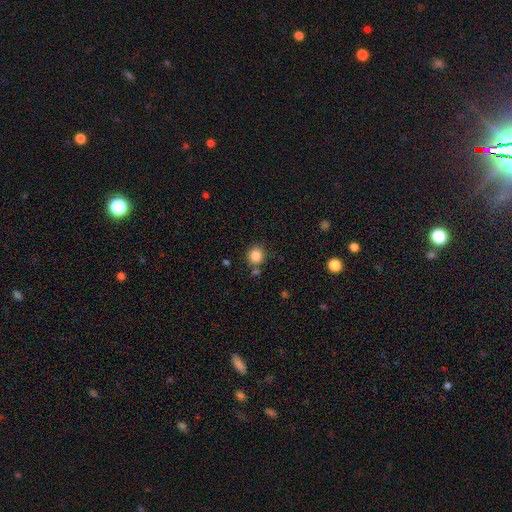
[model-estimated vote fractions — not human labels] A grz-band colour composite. It shows a smooth galaxy with no disk features (85%) that is round (86%). Merging: none (77%).